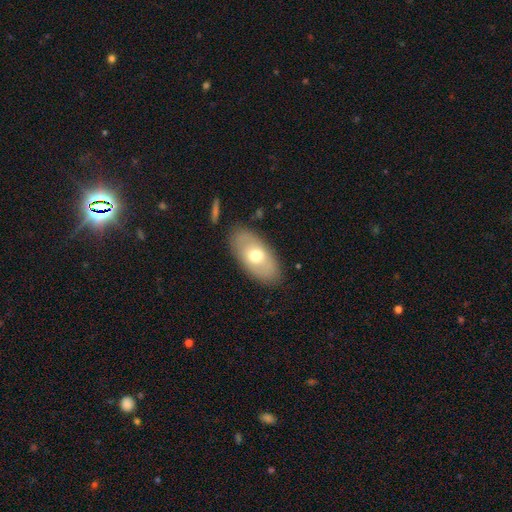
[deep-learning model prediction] smooth-or-featured: smooth: 60% | featured or disk: 34% | star or artifact: 6%
  how-rounded: in between: 92% | round: 5% | cigar-shaped: 3%
  merging: none: 83% | minor disturbance: 12% | major disturbance: 4% | merger: 2%